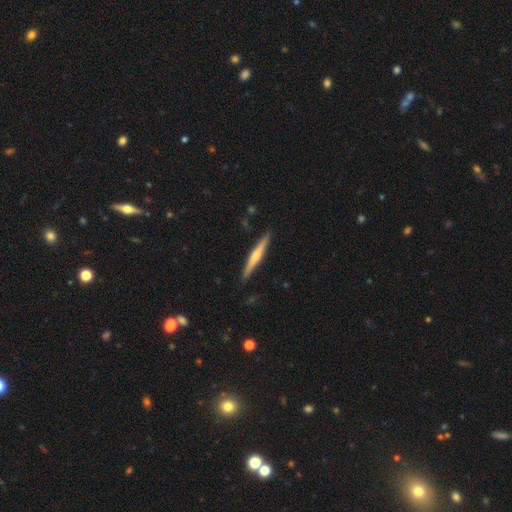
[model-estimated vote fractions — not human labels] smooth-or-featured: featured or disk: 55% | smooth: 39% | star or artifact: 5%
  disk-edge-on: yes: 97% | no: 3%
    edge-on-bulge: rounded: 66% | none: 25% | boxy: 8%
  merging: none: 90% | minor disturbance: 8% | major disturbance: 1% | merger: 1%